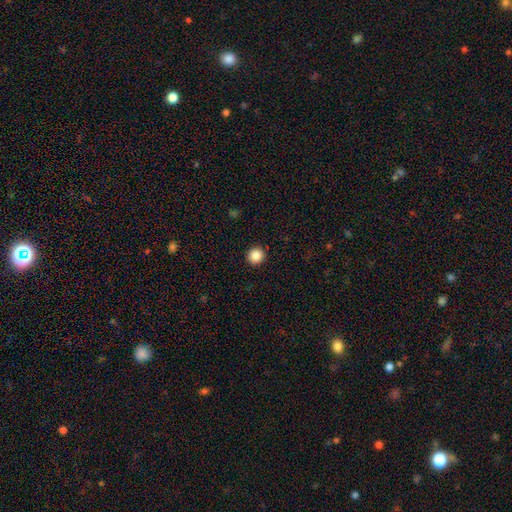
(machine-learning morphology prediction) type=smooth (88%); roundness=round (93%); merging=none (93%).